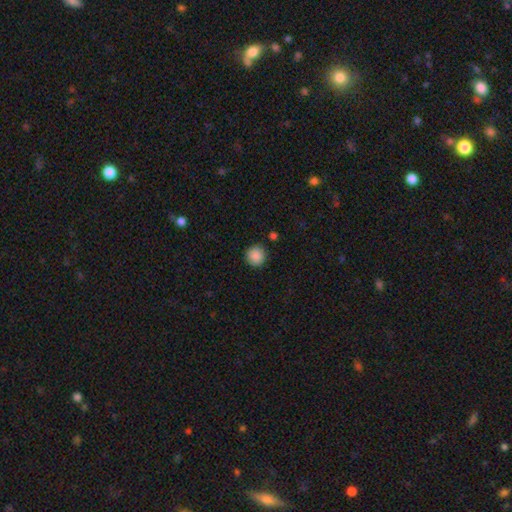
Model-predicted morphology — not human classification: A smooth galaxy with no disk features (88%) that is round (94%).

Vote fractions:
- Smooth or featured? smooth: 88% / star or artifact: 9% / featured or disk: 3%
- How rounded? round: 94% / in between: 5% / cigar-shaped: 1%
- Merging? none: 90% / minor disturbance: 6% / major disturbance: 2% / merger: 2%